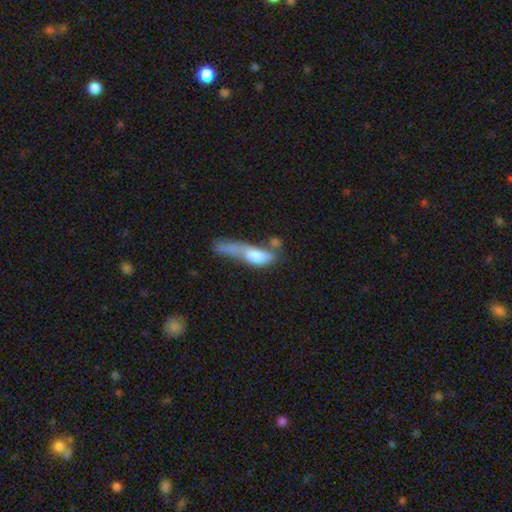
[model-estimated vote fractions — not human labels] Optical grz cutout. It shows a smooth galaxy with no disk features (63%) that is cigar-shaped (48%). Merging: major disturbance (36%).